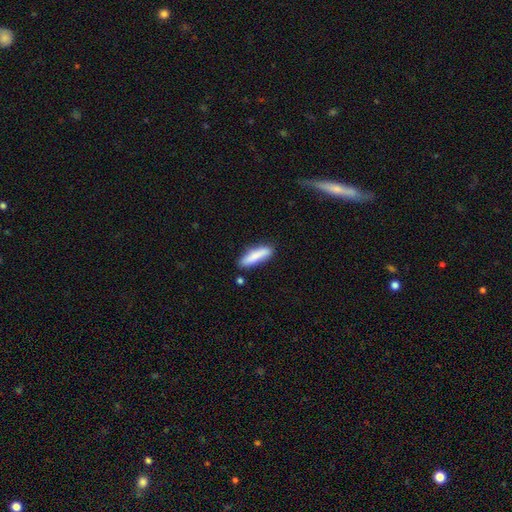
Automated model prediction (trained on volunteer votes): A smooth galaxy with no disk features (83%) that is cigar-shaped (72%).

Vote fractions:
- Smooth or featured? smooth: 83% / featured or disk: 11% / star or artifact: 6%
- How rounded? cigar-shaped: 72% / in between: 26% / round: 2%
- Merging? none: 80% / minor disturbance: 14% / merger: 3% / major disturbance: 3%